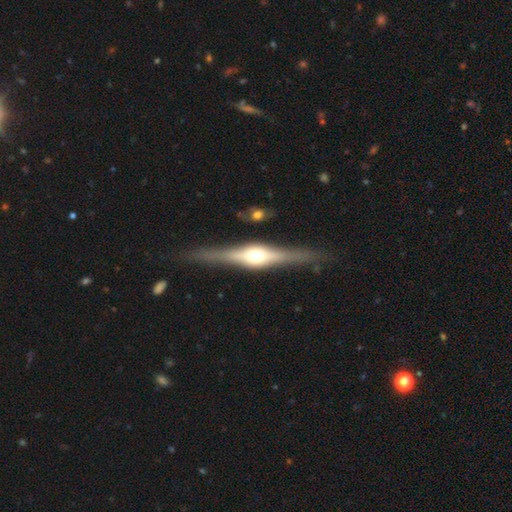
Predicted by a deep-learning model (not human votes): smooth_or_featured: featured or disk (p=0.81) [alt: smooth p=0.14]
disk_edge_on: yes (p=0.97) [alt: no p=0.03]
edge_on_bulge: rounded (p=0.90) [alt: boxy p=0.08]
merging: none (p=0.86) [alt: minor disturbance p=0.10]